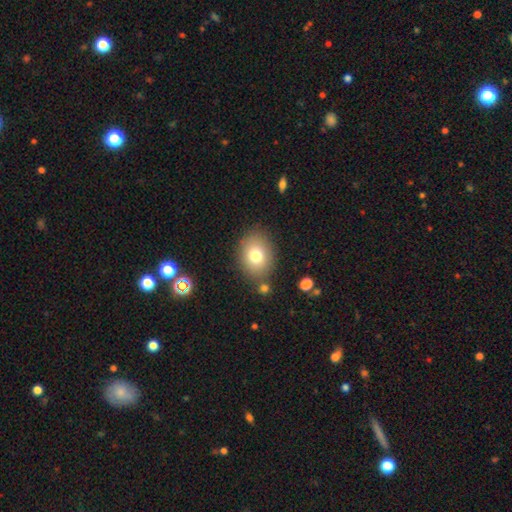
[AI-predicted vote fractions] A smooth galaxy with no disk features (77%) that is in between round and cigar-shaped (57%). Merging: none (80%).